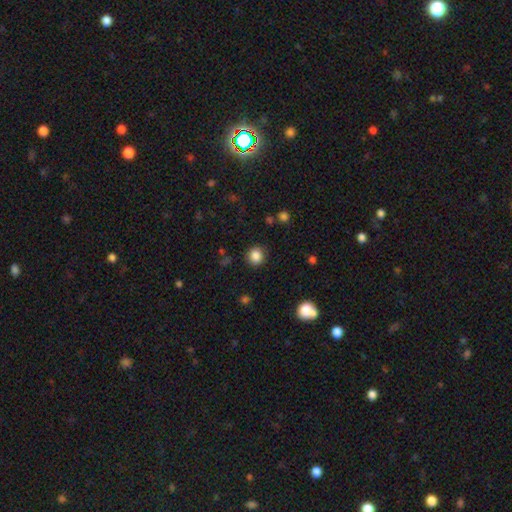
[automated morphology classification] Smooth or featured: smooth — 85% (star or artifact — 11%)
How rounded: round — 88% (in between — 11%)
Merging: none — 88% (minor disturbance — 7%)